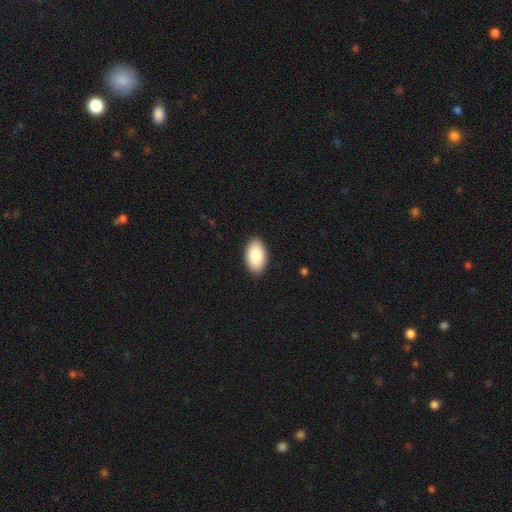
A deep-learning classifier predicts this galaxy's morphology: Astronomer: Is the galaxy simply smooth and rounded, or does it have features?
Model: smooth — 89%.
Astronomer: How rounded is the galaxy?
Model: in between — 95%.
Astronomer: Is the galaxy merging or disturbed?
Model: none — 90%.